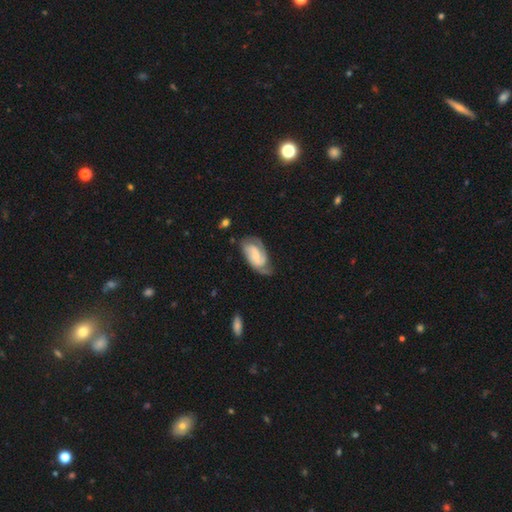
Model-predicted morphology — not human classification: Smooth or featured?
  - featured or disk: 77% *
  - smooth: 17%
  - star or artifact: 5%
Edge-on disk?
  - no: 96% *
  - yes: 4%
Bar?
  - no: 55% *
  - weak: 35%
  - strong: 10%
Spiral arms?
  - yes: 94% *
  - no: 6%
Spiral winding?
  - tight: 43% * (tied)
  - medium: 43% * (tied)
  - loose: 14%
Spiral arm count?
  - 2: 59% *
  - 3: 16%
  - can't tell: 15%
  - 1: 5%
  - 4: 2%
  - more than 4: 2%
Bulge size?
  - small: 57% *
  - moderate: 35%
  - none: 5%
  - large: 3%
  - dominant: 1%
Merging?
  - none: 57% *
  - minor disturbance: 28%
  - major disturbance: 13%
  - merger: 2%